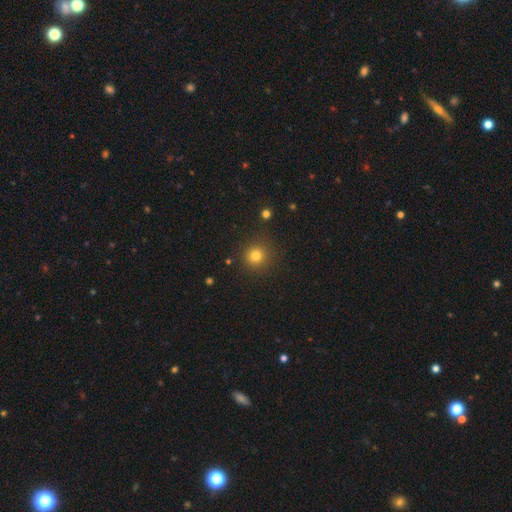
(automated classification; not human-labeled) Q: Smooth or featured?
A: smooth (79%); runner-up: star or artifact (15%)
Q: How rounded?
A: round (93%); runner-up: in between (6%)
Q: Merging?
A: none (88%); runner-up: minor disturbance (7%)